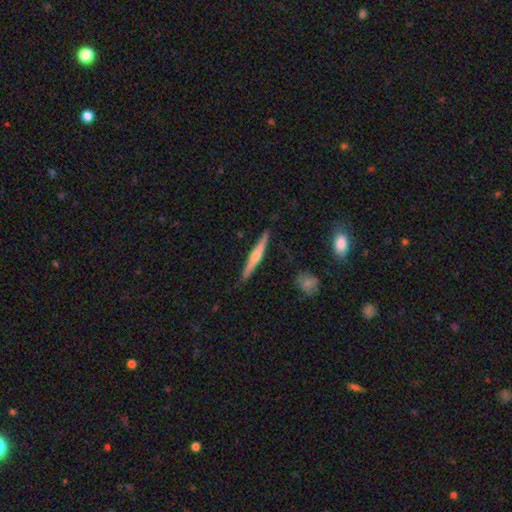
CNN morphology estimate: smooth-or-featured: featured or disk: 62% | smooth: 32% | star or artifact: 6%
  disk-edge-on: yes: 97% | no: 3%
    edge-on-bulge: rounded: 81% | none: 14% | boxy: 5%
  merging: none: 90% | minor disturbance: 7% | major disturbance: 1% | merger: 1%